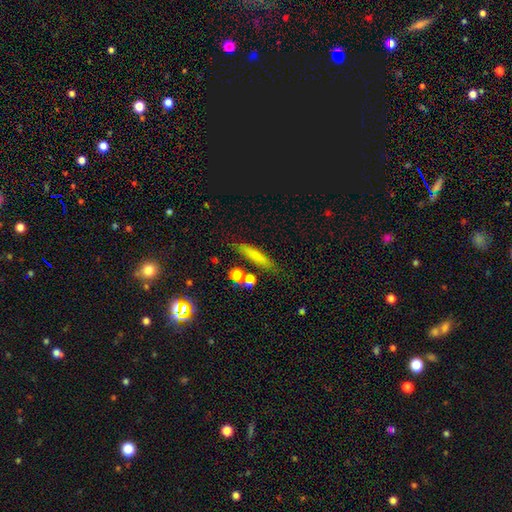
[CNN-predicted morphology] The model was most divided on "smooth or featured": smooth: 71%, featured or disk: 19%, star or artifact: 10%. More confident: how rounded — cigar-shaped (83%); merging — none (77%).